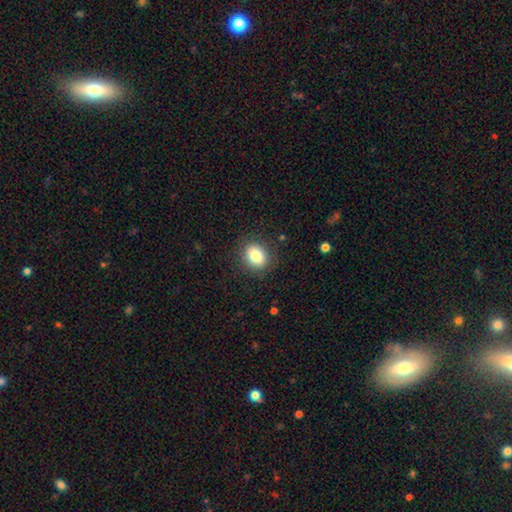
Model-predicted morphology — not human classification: smooth-or-featured: smooth: 81% | star or artifact: 10% | featured or disk: 9%
  how-rounded: round: 65% | in between: 34% | cigar-shaped: 1%
  merging: none: 87% | minor disturbance: 9% | major disturbance: 3% | merger: 1%